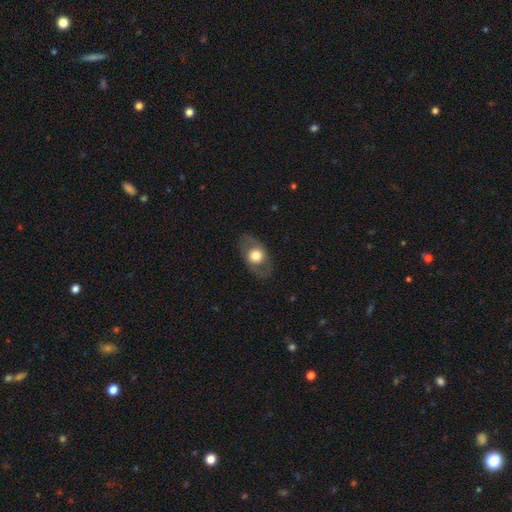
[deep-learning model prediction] Overall: smooth (53%; featured or disk 40%). How rounded: in between (71%). Merging: none (81%).